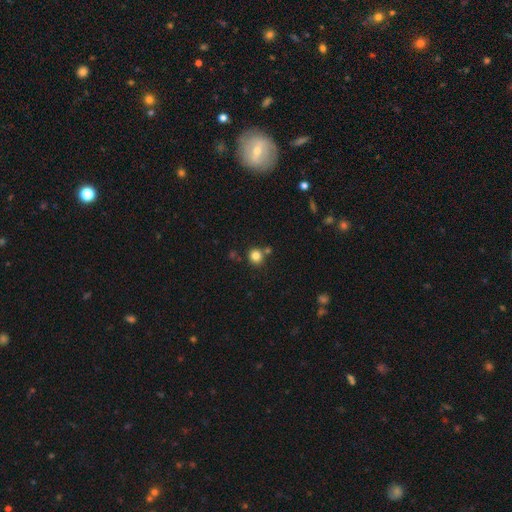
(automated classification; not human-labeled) This is clearly a smooth galaxy (82%). How rounded: clearly round (89%). Merging: likely none (75%).